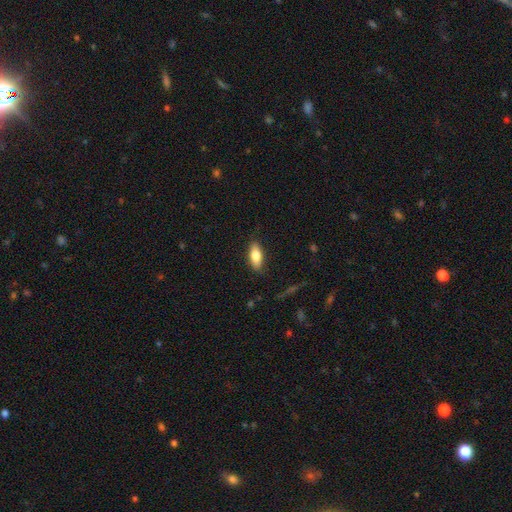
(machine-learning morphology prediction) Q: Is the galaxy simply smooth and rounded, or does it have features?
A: smooth — 74%.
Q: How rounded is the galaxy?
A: in between — 74%.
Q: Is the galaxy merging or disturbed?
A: none — 85%.